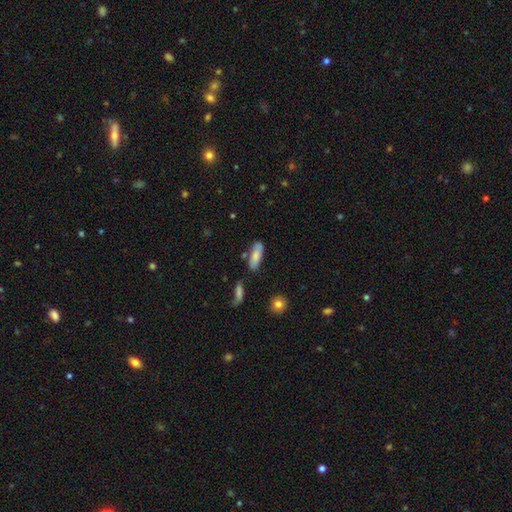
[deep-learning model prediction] Morphology: type=smooth (77%); roundness=in between (65%); merging=none (66%).